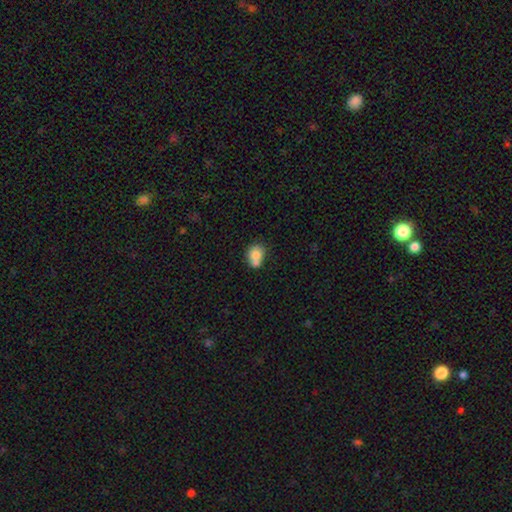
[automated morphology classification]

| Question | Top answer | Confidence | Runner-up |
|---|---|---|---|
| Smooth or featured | smooth | 77% | featured or disk (14%) |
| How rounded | round | 55% | in between (44%) |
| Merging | merger | 46% | none (36%) |